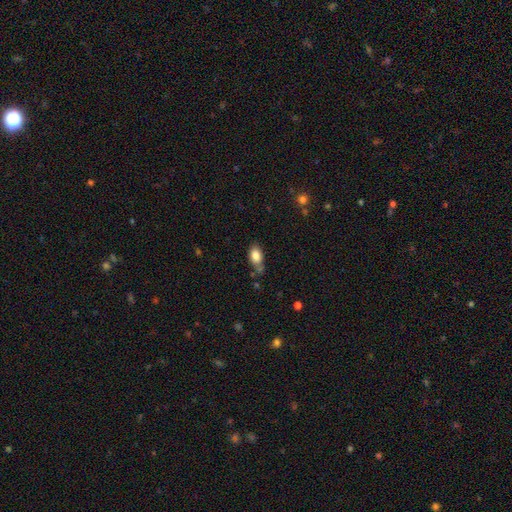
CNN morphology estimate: smooth_or_featured: smooth (p=0.82) [alt: featured or disk p=0.09]
how_rounded: in between (p=0.86) [alt: round p=0.12]
merging: none (p=0.58) [alt: minor disturbance p=0.26]